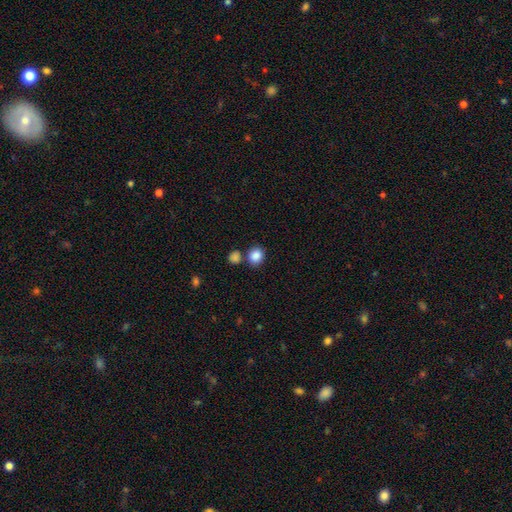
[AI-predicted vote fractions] Smooth or featured: smooth — 87% (star or artifact — 9%)
How rounded: round — 70% (in between — 30%)
Merging: none — 68% (merger — 19%)